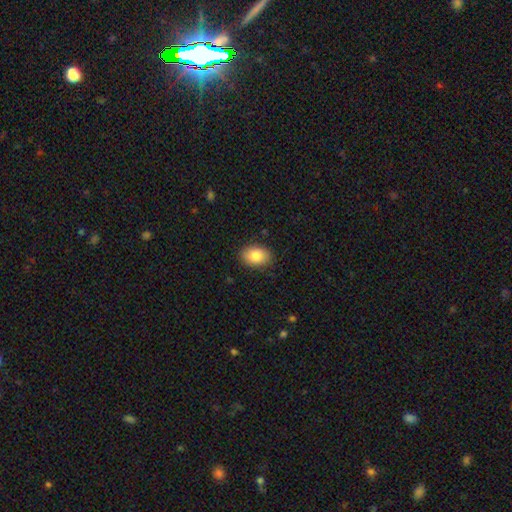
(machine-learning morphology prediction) Smooth or featured: smooth — 84% (featured or disk — 9%)
How rounded: in between — 83% (round — 16%)
Merging: none — 87% (minor disturbance — 9%)